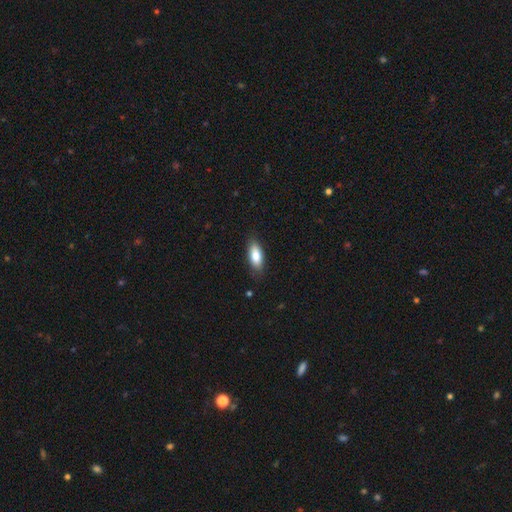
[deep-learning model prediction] This is clearly a smooth galaxy (82%). How rounded: likely in between (80%). Merging: clearly none (83%).